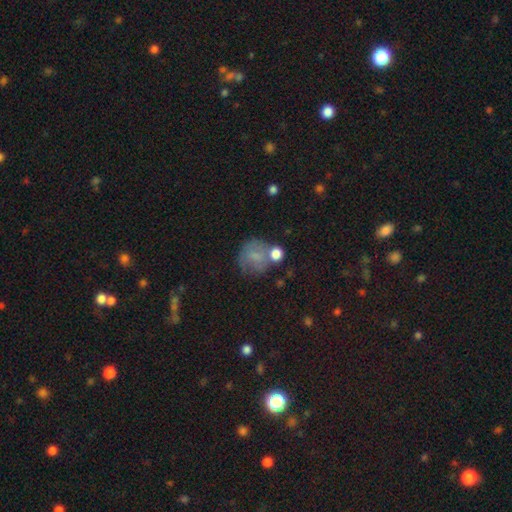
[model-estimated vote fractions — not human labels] This is likely a smooth galaxy (64%). How rounded: likely round (79%). Merging: possibly none (47%).